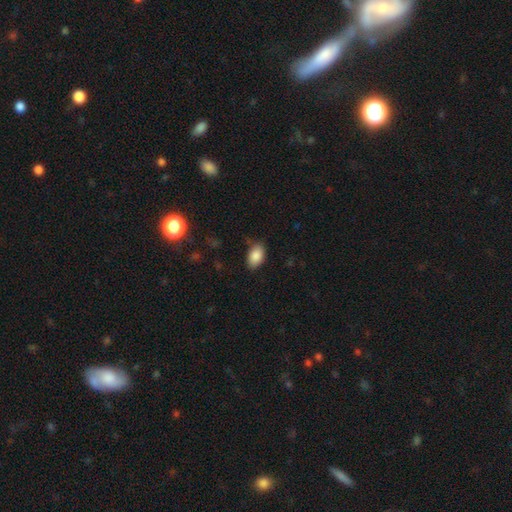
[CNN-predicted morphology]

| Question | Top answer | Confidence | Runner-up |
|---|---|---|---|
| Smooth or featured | smooth | 88% | star or artifact (8%) |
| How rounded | in between | 90% | round (8%) |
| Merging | none | 78% | minor disturbance (17%) |